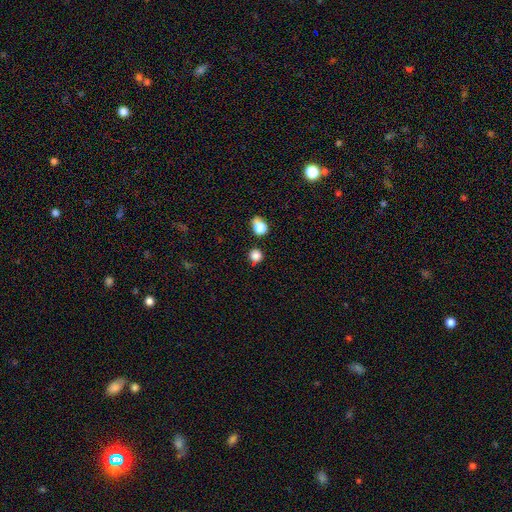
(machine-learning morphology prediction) smooth 81%, star or artifact 15%, featured or disk 4%. Down the decision tree: how rounded — round (91%); merging — none (76%).